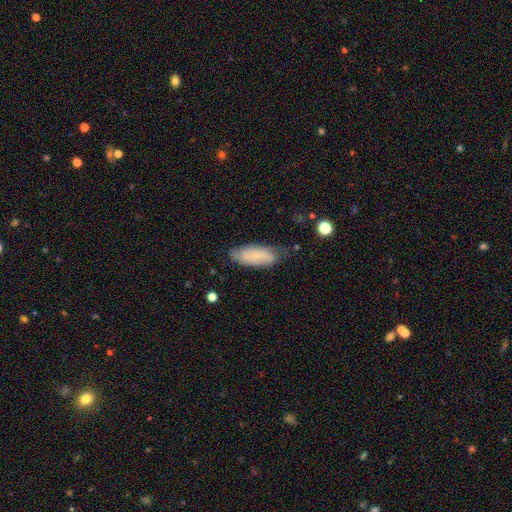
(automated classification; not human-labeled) Smooth or featured?
  - smooth: 62% *
  - featured or disk: 30%
  - star or artifact: 8%
How rounded?
  - in between: 75% *
  - cigar-shaped: 23%
  - round: 2%
Merging?
  - none: 67% *
  - minor disturbance: 26%
  - major disturbance: 6%
  - merger: 2%